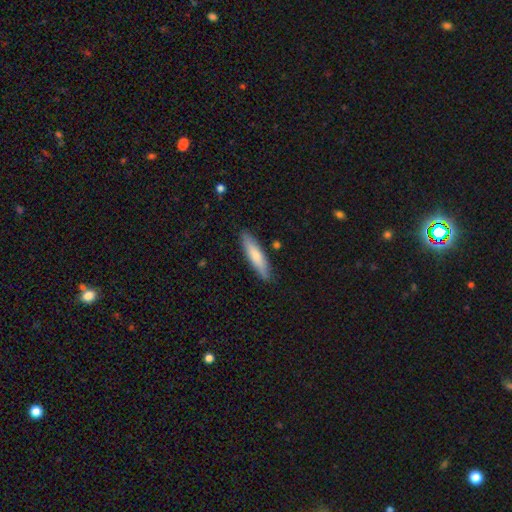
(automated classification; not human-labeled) Q: Smooth or featured?
A: smooth (75%); runner-up: featured or disk (19%)
Q: How rounded?
A: cigar-shaped (80%); runner-up: in between (19%)
Q: Merging?
A: none (88%); runner-up: minor disturbance (9%)